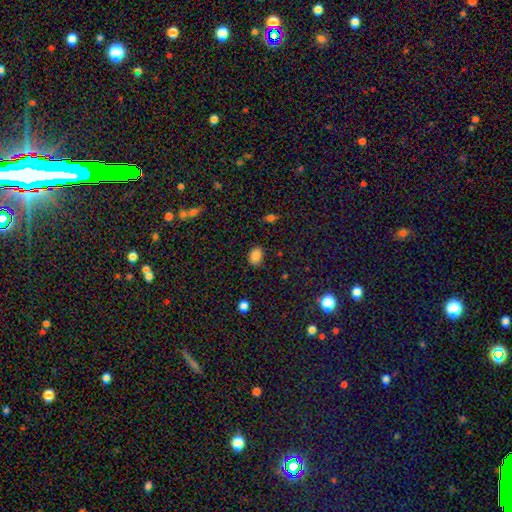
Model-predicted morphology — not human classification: smooth-or-featured: smooth: 84% | star or artifact: 11% | featured or disk: 5%
  how-rounded: in between: 64% | round: 35% | cigar-shaped: 1%
  merging: none: 81% | minor disturbance: 15% | major disturbance: 3% | merger: 2%